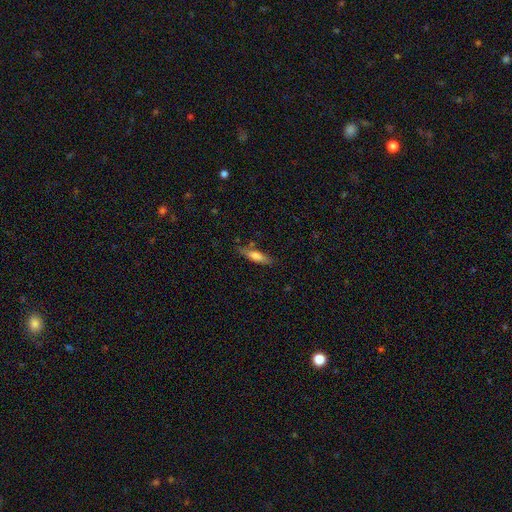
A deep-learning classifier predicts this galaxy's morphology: A smooth galaxy with no disk features (65%) that is cigar-shaped (70%). Merging: none (77%).